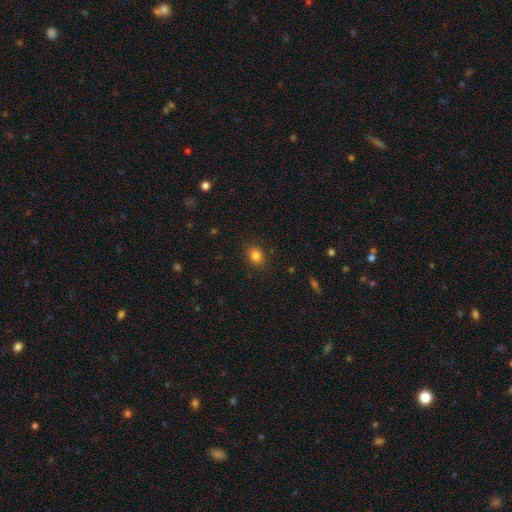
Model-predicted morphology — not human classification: This appears to be a smooth galaxy with no disk features (83%) that is round (56%). Merging: none (87%).